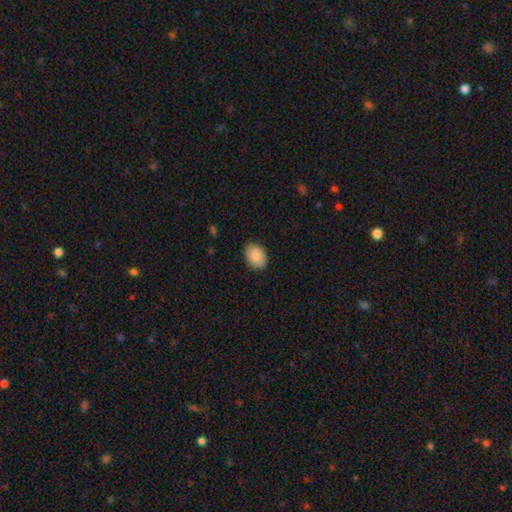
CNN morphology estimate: Q: Smooth or featured?
A: smooth (89%); runner-up: star or artifact (7%)
Q: How rounded?
A: in between (76%); runner-up: round (23%)
Q: Merging?
A: none (87%); runner-up: minor disturbance (10%)